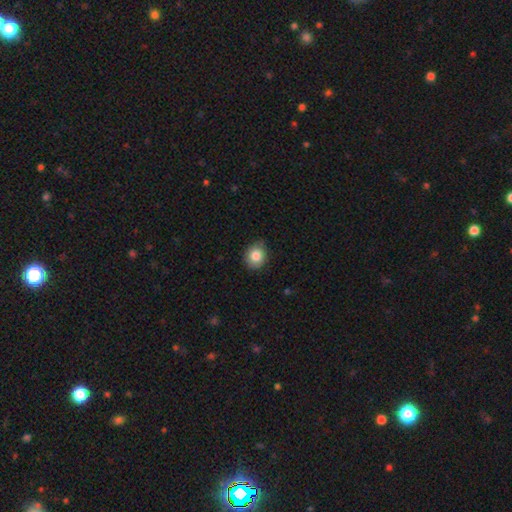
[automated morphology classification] A smooth galaxy with no disk features (84%) that is round (70%). Merging: none (79%).